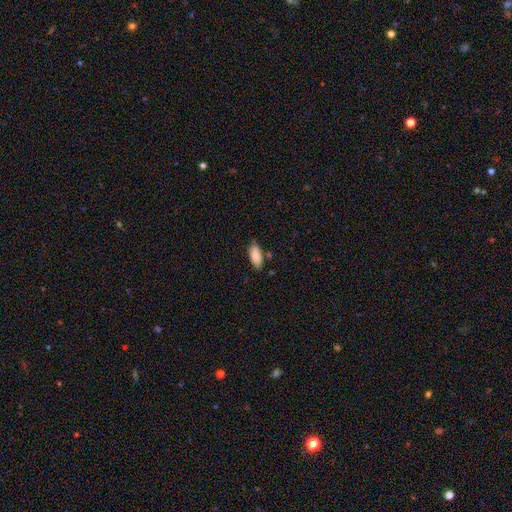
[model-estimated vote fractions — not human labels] Smooth or featured? smooth (86%)
How rounded? in between (88%)
Merging? none (78%)